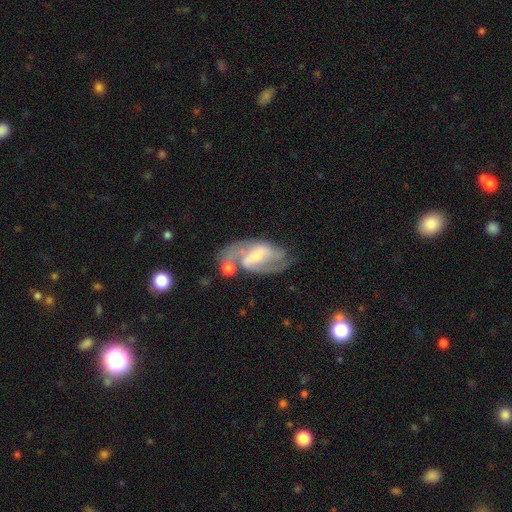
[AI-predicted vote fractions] Smooth or featured?
  - featured or disk: 81% *
  - smooth: 13%
  - star or artifact: 6%
Edge-on disk?
  - no: 95% *
  - yes: 5%
Bar?
  - weak: 42% * (tied)
  - strong: 42% * (tied)
  - no: 16%
Spiral arms?
  - yes: 92% *
  - no: 8%
Spiral winding?
  - medium: 51% *
  - loose: 27%
  - tight: 22%
Spiral arm count?
  - 2: 84% *
  - can't tell: 7%
  - 1: 3%
  - 3: 3%
  - 4: 1%
  - more than 4: 1%
Bulge size?
  - small: 51% *
  - moderate: 34%
  - none: 8%
  - large: 5%
  - dominant: 1%
Merging?
  - none: 55% *
  - minor disturbance: 19%
  - merger: 14%
  - major disturbance: 12%